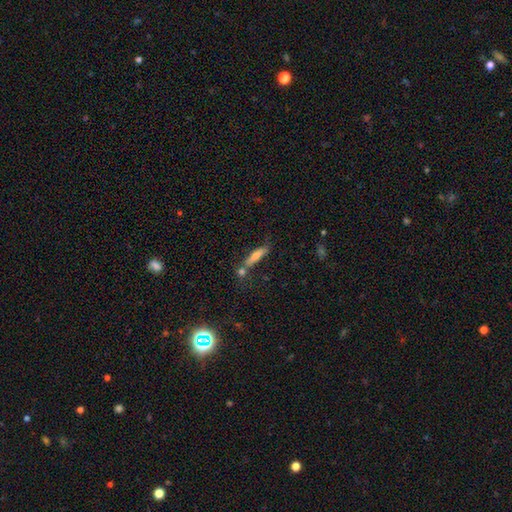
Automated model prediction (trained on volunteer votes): smooth_or_featured: smooth (p=0.60) [alt: featured or disk p=0.33]
how_rounded: cigar-shaped (p=0.81) [alt: in between p=0.17]
merging: none (p=0.63) [alt: merger p=0.19]